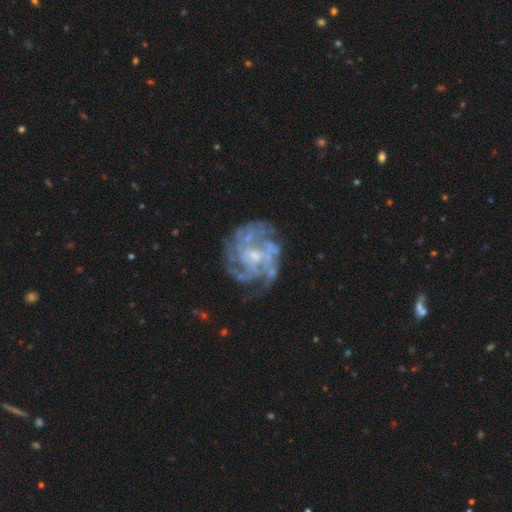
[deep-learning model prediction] This appears to be a featured or disk galaxy (86%) with no bar (59%), tight (55%) spiral arms (89%) and a small central bulge (52%). Merging: none (65%).